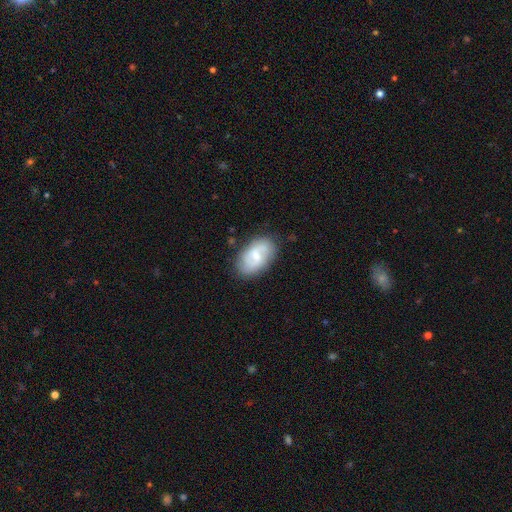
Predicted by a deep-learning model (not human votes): Smooth or featured?
  - featured or disk: 54% *
  - smooth: 39%
  - star or artifact: 7%
Edge-on disk?
  - no: 96% *
  - yes: 4%
Bar?
  - weak: 57% *
  - no: 26%
  - strong: 17%
Spiral arms?
  - yes: 72% *
  - no: 28%
Bulge size?
  - moderate: 44% *
  - small: 43%
  - none: 8%
  - large: 4%
  - dominant: 1%
Merging?
  - none: 74% *
  - minor disturbance: 18%
  - major disturbance: 5%
  - merger: 3%